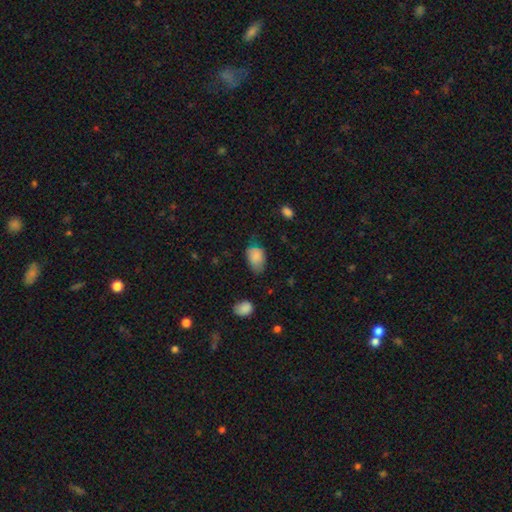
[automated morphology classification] This appears to be a smooth galaxy with no disk features (84%) that is in between round and cigar-shaped (85%). Merging: none (51%).